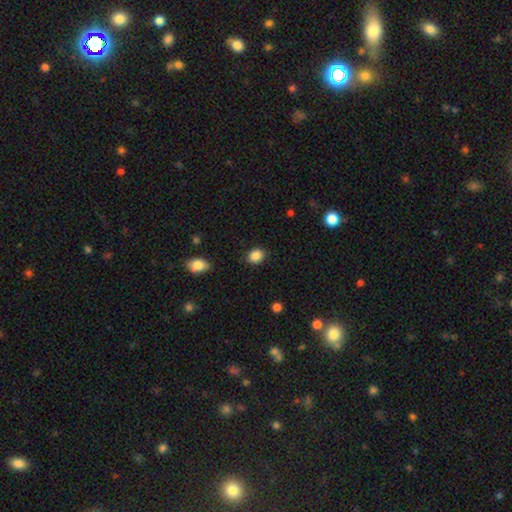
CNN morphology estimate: smooth_or_featured: smooth (p=0.87) [alt: star or artifact p=0.09]
how_rounded: round (p=0.60) [alt: in between p=0.39]
merging: none (p=0.86) [alt: minor disturbance p=0.10]